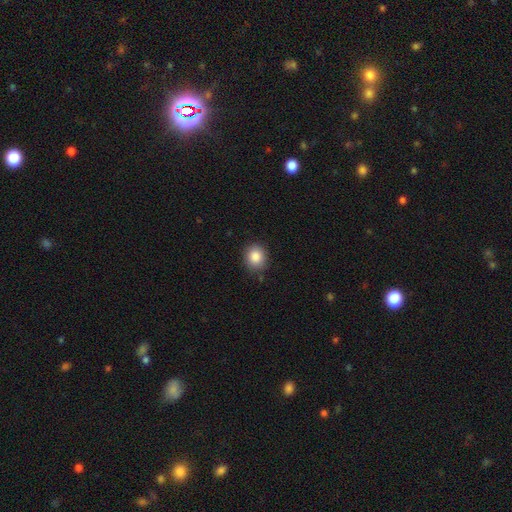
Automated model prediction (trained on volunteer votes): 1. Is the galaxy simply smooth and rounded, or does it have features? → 86% smooth, 9% star or artifact, 5% featured or disk.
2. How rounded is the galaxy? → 72% round, 27% in between, 1% cigar-shaped.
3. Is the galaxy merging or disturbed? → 86% none, 11% minor disturbance, 2% major disturbance, 1% merger.